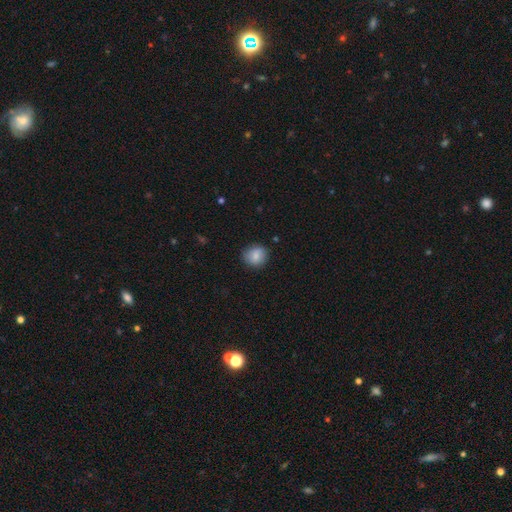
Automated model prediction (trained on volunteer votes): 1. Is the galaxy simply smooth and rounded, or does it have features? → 83% smooth, 8% star or artifact, 8% featured or disk.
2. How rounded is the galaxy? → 79% round, 20% in between, 1% cigar-shaped.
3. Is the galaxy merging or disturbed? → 84% none, 12% minor disturbance, 3% major disturbance, 1% merger.